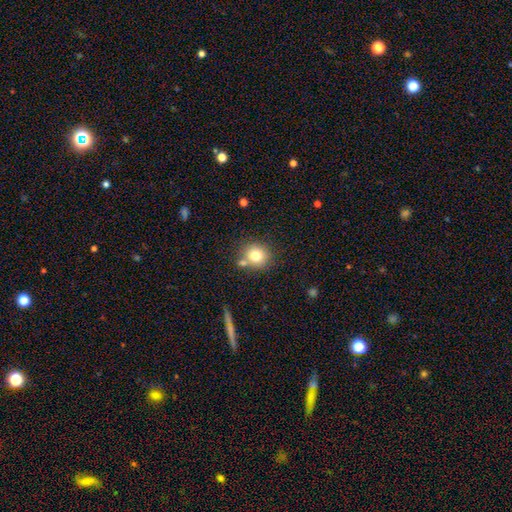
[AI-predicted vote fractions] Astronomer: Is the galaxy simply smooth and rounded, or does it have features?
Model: smooth — 78%.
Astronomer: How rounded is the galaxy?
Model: round — 85%.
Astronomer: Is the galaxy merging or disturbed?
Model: none — 70%.